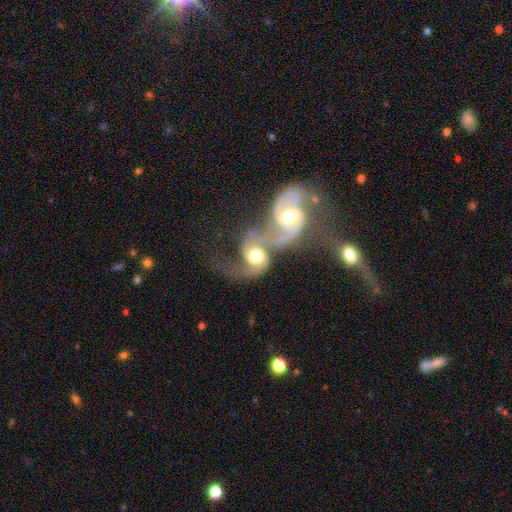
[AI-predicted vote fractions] smooth-or-featured: featured or disk: 79% | smooth: 16% | star or artifact: 6%
  disk-edge-on: no: 97% | yes: 3%
    bar: no: 53% | weak: 34% | strong: 13%
    has-spiral-arms: yes: 92% | no: 8%
      spiral-winding: medium: 48% | loose: 36% | tight: 16%
      spiral-arm-count: 2: 85% | can't tell: 6% | 1: 6% | 3: 2% | 4: 1% | more than 4: 1%
    bulge-size: moderate: 64% | large: 24% | small: 8% | dominant: 2% | none: 1%
  merging: merger: 83% | none: 8% | major disturbance: 5% | minor disturbance: 4%